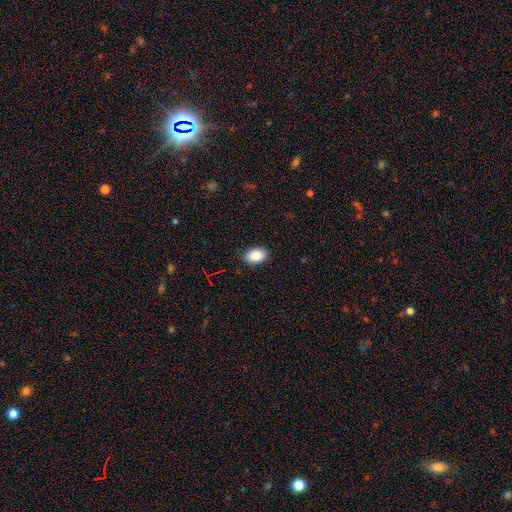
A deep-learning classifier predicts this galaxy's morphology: Smooth or featured? smooth (85%)
How rounded? in between (84%)
Merging? none (88%)